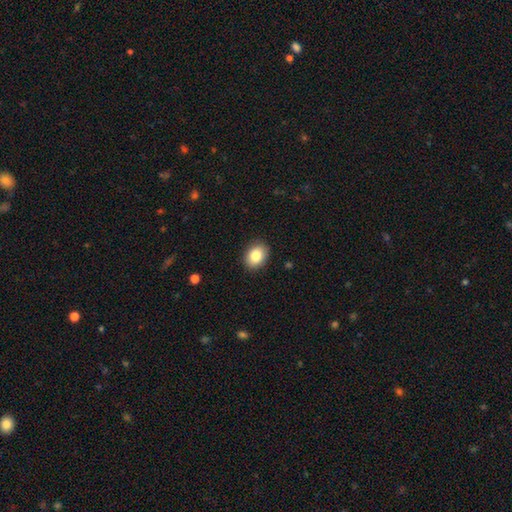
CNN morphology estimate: Smooth or featured? smooth (86%)
How rounded? in between (67%)
Merging? none (89%)